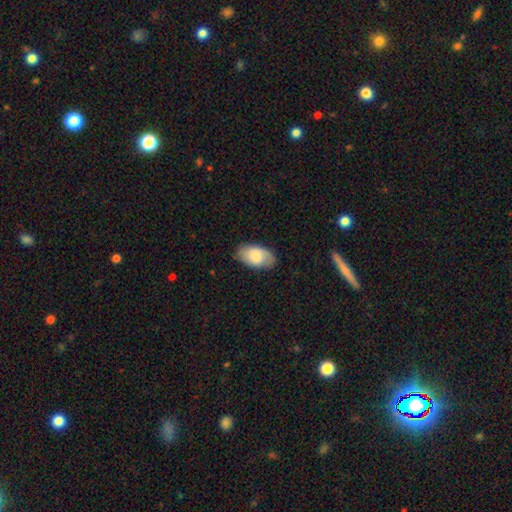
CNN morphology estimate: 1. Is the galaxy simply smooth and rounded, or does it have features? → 72% smooth, 22% featured or disk, 6% star or artifact.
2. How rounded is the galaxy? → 95% in between, 3% round, 2% cigar-shaped.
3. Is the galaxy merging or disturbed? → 81% none, 15% minor disturbance, 3% major disturbance, 1% merger.